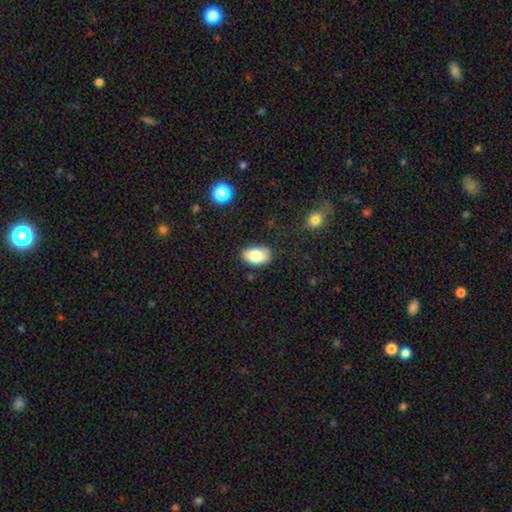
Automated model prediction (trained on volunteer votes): This is clearly a smooth galaxy (81%). How rounded: clearly in between (91%). Merging: clearly none (82%).